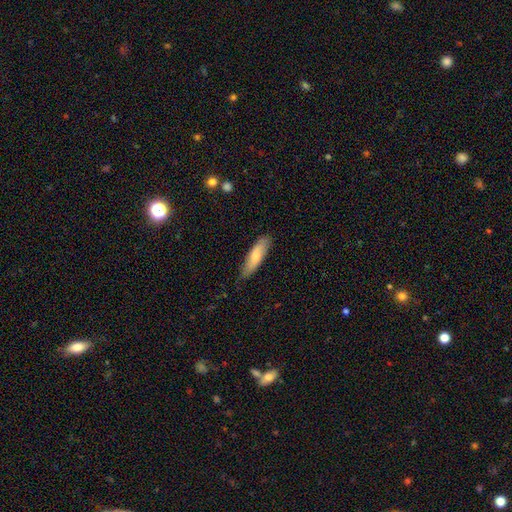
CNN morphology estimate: This appears to be a smooth galaxy with no disk features (74%) that is cigar-shaped (61%). Merging: none (77%).